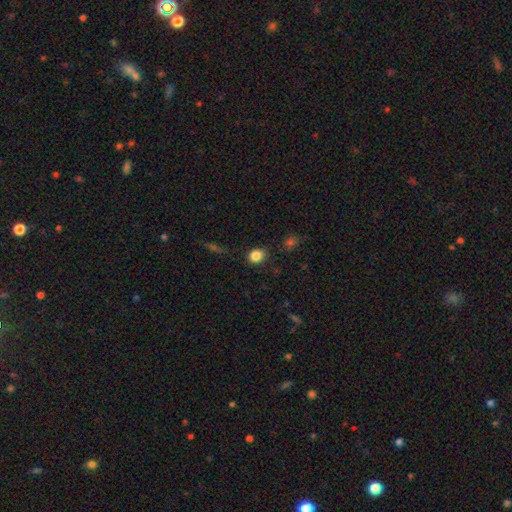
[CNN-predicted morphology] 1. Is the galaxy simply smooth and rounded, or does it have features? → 85% smooth, 10% star or artifact, 5% featured or disk.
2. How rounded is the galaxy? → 53% round, 46% in between, 1% cigar-shaped.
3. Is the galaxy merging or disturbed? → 82% none, 13% minor disturbance, 3% major disturbance, 2% merger.